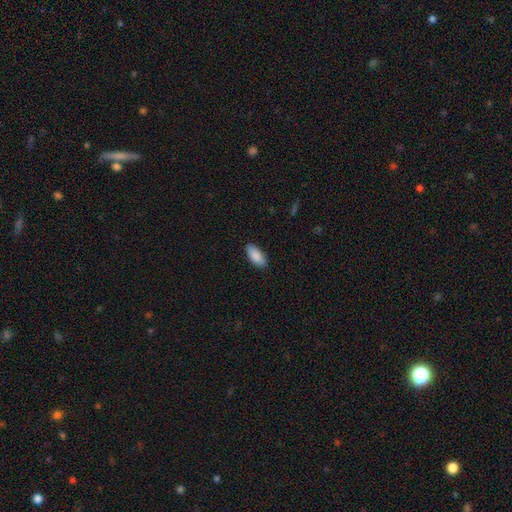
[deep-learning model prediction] smooth-or-featured: smooth: 89% | star or artifact: 6% | featured or disk: 6%
  how-rounded: in between: 88% | cigar-shaped: 10% | round: 2%
  merging: none: 88% | minor disturbance: 9% | major disturbance: 2% | merger: 1%